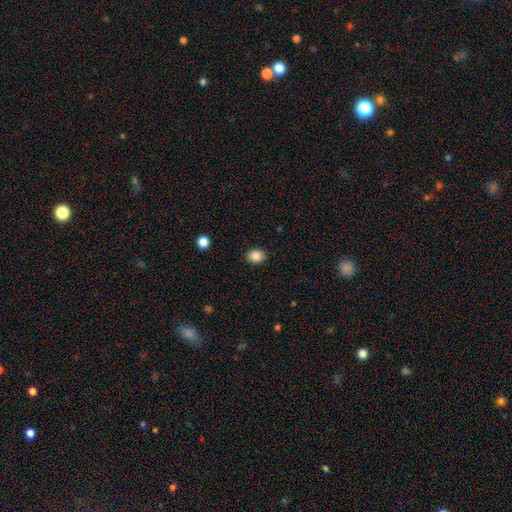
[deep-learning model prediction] Morphology: type=smooth (86%); roundness=in between (58%); merging=none (88%).